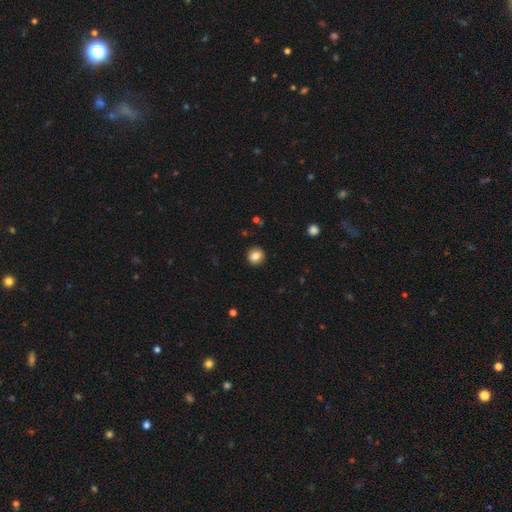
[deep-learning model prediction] This appears to be a smooth galaxy with no disk features (84%) that is round (87%). Merging: none (92%).